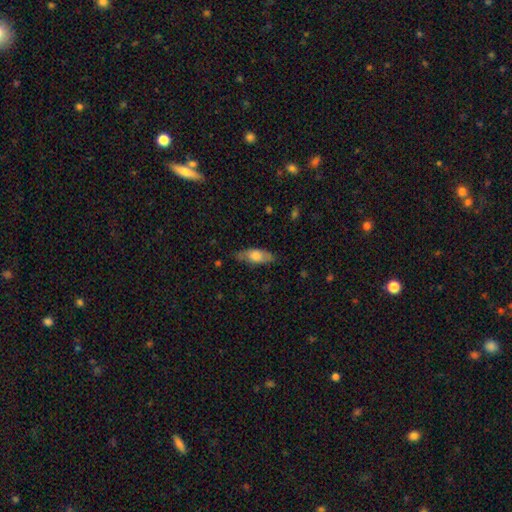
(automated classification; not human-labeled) This is likely a smooth galaxy (68%). How rounded: likely in between (70%). Merging: likely none (72%).